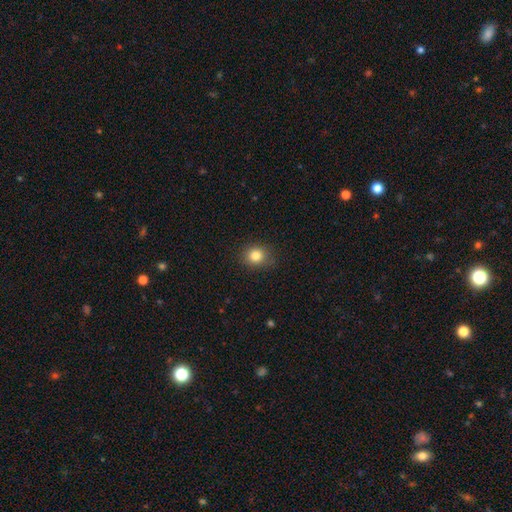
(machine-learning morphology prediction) smooth-or-featured: smooth: 82% | star or artifact: 12% | featured or disk: 6%
  how-rounded: round: 77% | in between: 22% | cigar-shaped: 1%
  merging: none: 86% | minor disturbance: 10% | major disturbance: 3% | merger: 1%